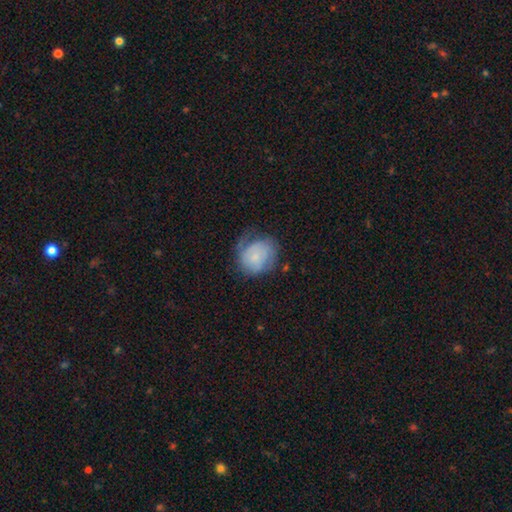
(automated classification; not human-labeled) Smooth or featured: smooth — 53% (featured or disk — 40%)
How rounded: round — 65% (in between — 34%)
Merging: none — 41% (minor disturbance — 33%)